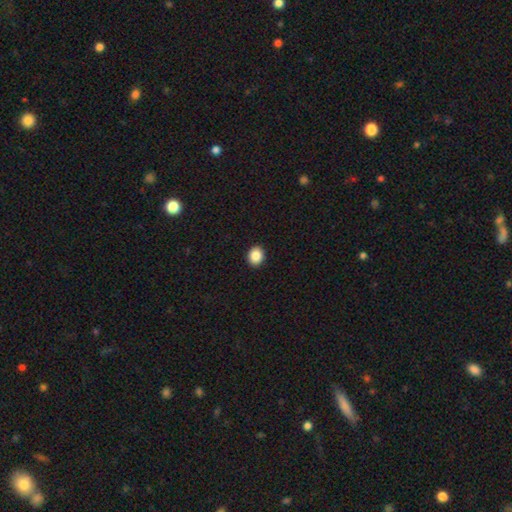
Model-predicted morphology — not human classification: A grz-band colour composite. It shows a smooth galaxy with no disk features (87%) that is round (52%). Merging: none (92%).